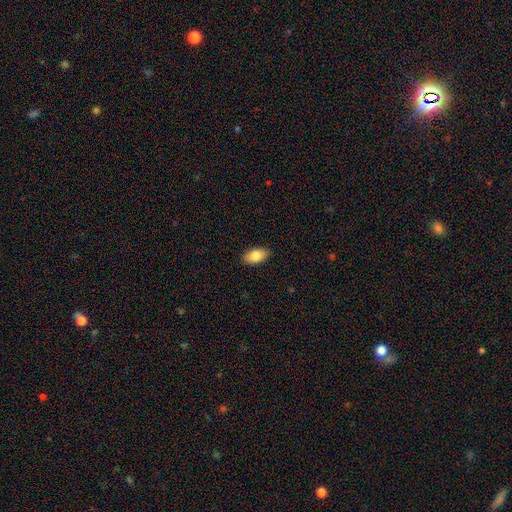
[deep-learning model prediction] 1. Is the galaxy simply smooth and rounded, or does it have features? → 84% smooth, 9% featured or disk, 7% star or artifact.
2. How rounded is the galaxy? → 94% in between, 4% round, 2% cigar-shaped.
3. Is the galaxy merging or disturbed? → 89% none, 8% minor disturbance, 2% major disturbance, 1% merger.